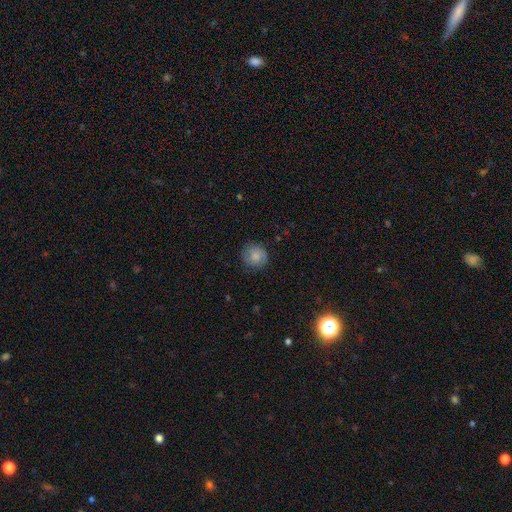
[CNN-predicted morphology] The model was most divided on "smooth or featured": smooth: 75%, featured or disk: 17%, star or artifact: 8%. More confident: how rounded — round (88%); merging — none (83%).